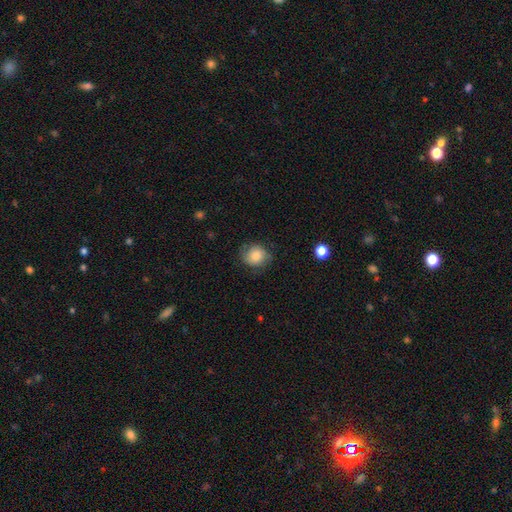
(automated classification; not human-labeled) Morphology: type=smooth (75%); roundness=round (78%); merging=none (72%).